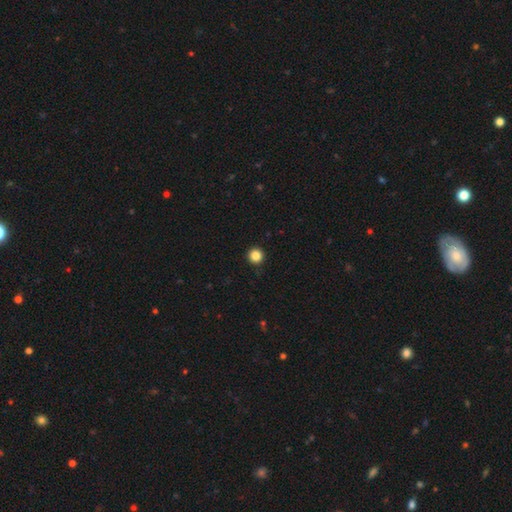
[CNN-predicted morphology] This is clearly a smooth galaxy (86%). How rounded: clearly round (96%). Merging: clearly none (93%).